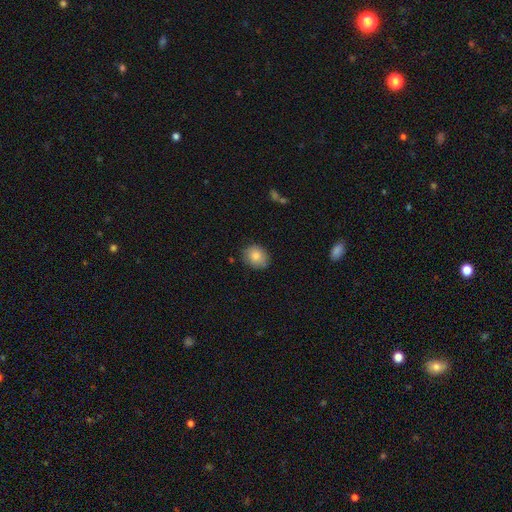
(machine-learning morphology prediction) A smooth galaxy with no disk features (83%) that is round (58%).

Vote fractions:
- Smooth or featured? smooth: 83% / featured or disk: 8% / star or artifact: 8%
- How rounded? round: 58% / in between: 41% / cigar-shaped: 1%
- Merging? none: 84% / minor disturbance: 13% / major disturbance: 2% / merger: 1%